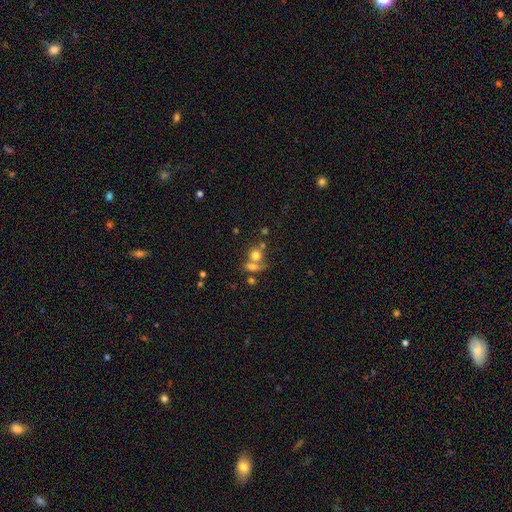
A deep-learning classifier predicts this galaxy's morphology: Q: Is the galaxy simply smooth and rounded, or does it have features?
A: smooth — 71%.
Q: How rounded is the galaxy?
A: round — 68%.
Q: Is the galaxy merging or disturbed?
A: merger — 45%.